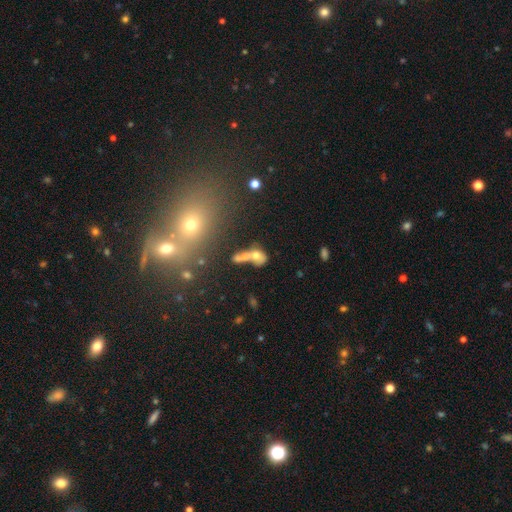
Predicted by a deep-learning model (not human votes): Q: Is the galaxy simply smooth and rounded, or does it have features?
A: star or artifact — 42%.